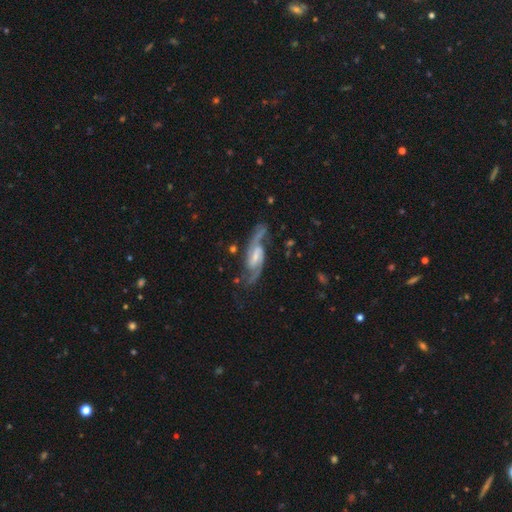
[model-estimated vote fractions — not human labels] Morphology: type=featured or disk (91%); edge-on=no (95%); bar=weak (47%); spiral arms=yes (98%); winding=medium (58%); arm count=2 (93%); bulge=small (49%); merging=none (75%).